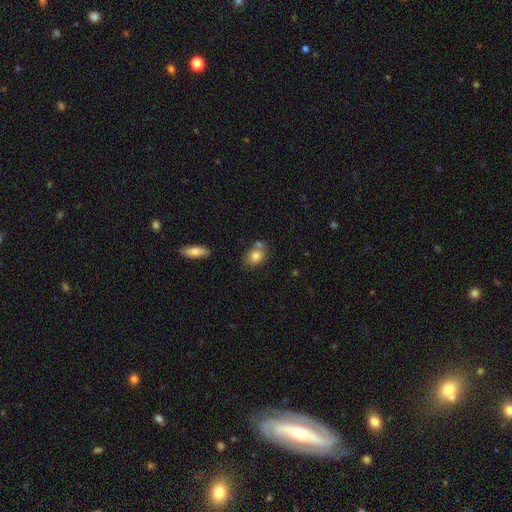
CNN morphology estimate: type=smooth (80%); roundness=in between (67%); merging=none (56%).